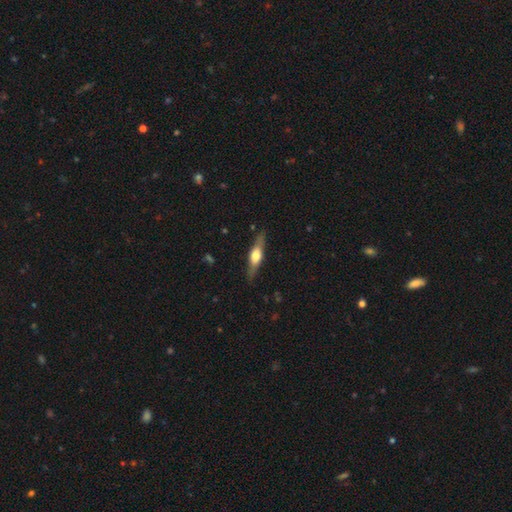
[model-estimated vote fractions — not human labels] Smooth or featured? featured or disk (58%)
Edge-on disk? yes (93%)
Edge-on bulge? rounded (88%)
Merging? none (84%)